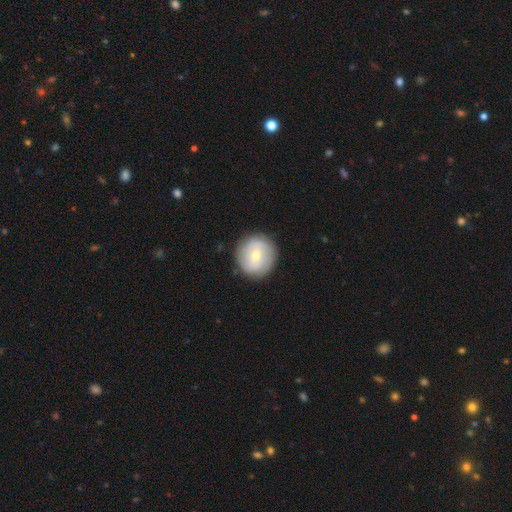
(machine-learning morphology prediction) Smooth or featured?
  - featured or disk: 47% *
  - smooth: 46%
  - star or artifact: 7%
Merging?
  - none: 87% *
  - minor disturbance: 9%
  - major disturbance: 3%
  - merger: 1%